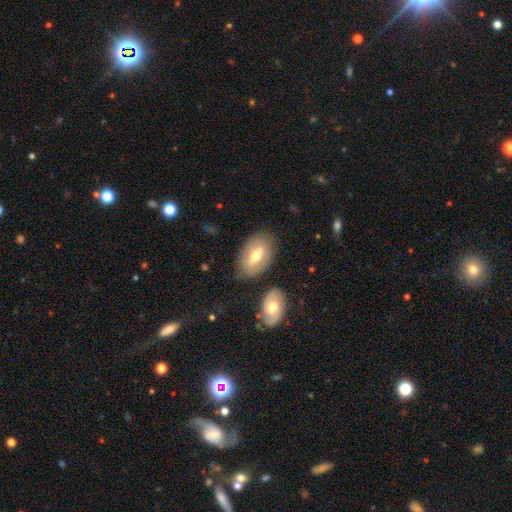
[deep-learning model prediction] A smooth galaxy with no disk features (52%) that is in between round and cigar-shaped (90%). Merging: none (77%).